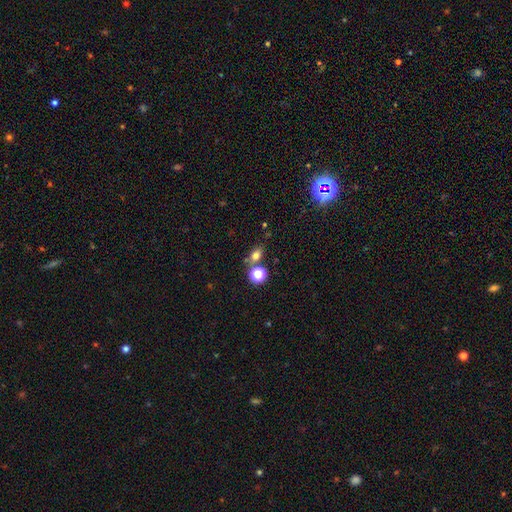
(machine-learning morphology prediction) A smooth galaxy with no disk features (73%) that is in between round and cigar-shaped (62%).

Vote fractions:
- Smooth or featured? smooth: 73% / star or artifact: 18% / featured or disk: 9%
- How rounded? in between: 62% / round: 36% / cigar-shaped: 3%
- Merging? none: 66% / merger: 19% / minor disturbance: 11% / major disturbance: 4%